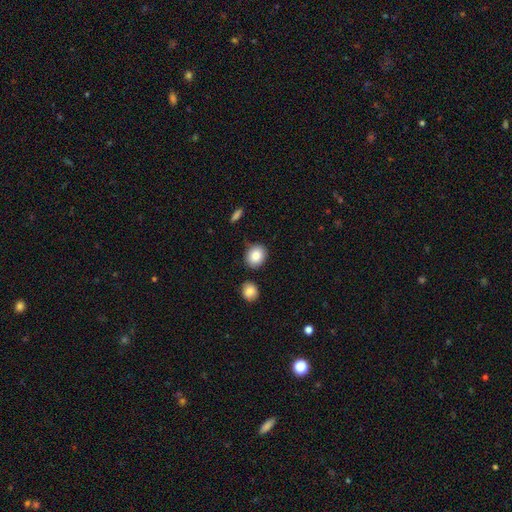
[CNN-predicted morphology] smooth 86%, star or artifact 8%, featured or disk 6%. Down the decision tree: how rounded — round (61%); merging — none (80%).